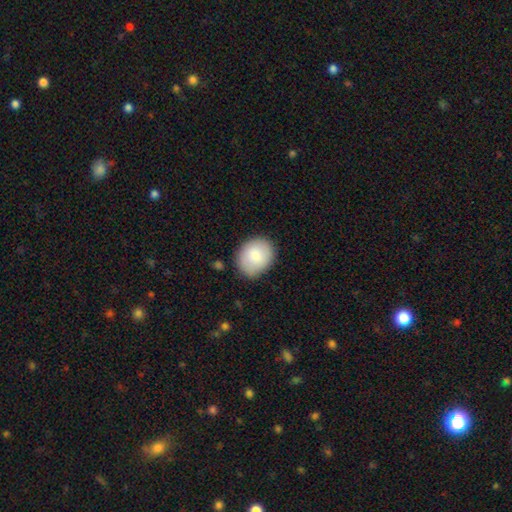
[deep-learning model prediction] smooth 83%, featured or disk 10%, star or artifact 6%. Down the decision tree: how rounded — round (56%); merging — none (81%).